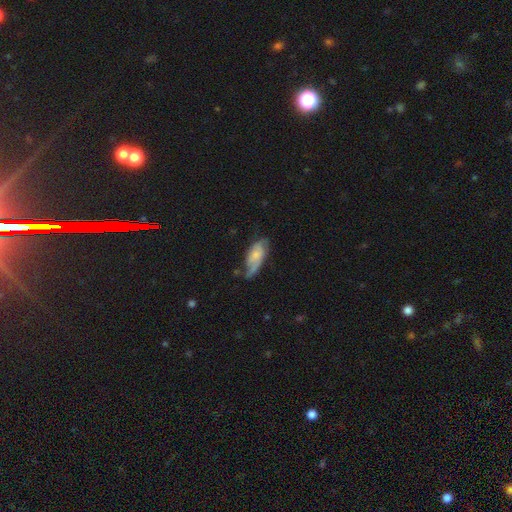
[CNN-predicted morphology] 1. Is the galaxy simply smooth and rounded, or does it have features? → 48% featured or disk, 46% smooth, 7% star or artifact.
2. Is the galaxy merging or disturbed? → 42% none, 36% minor disturbance, 19% major disturbance, 4% merger.